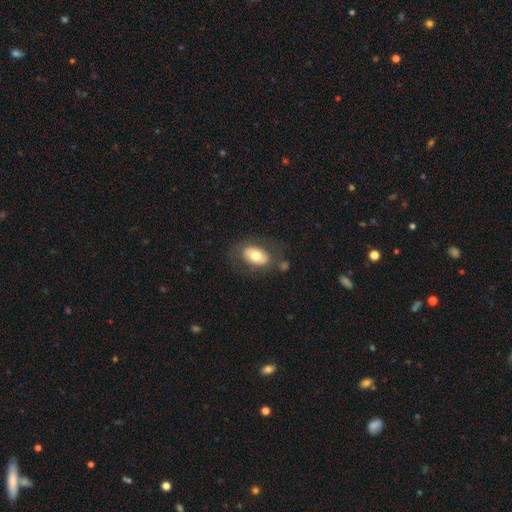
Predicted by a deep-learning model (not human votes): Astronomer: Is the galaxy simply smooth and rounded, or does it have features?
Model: smooth — 68%.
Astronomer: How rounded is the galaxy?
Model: in between — 91%.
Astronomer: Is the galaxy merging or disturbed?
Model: none — 72%.